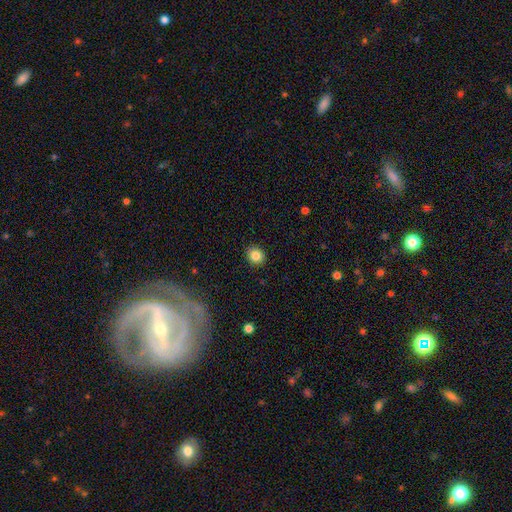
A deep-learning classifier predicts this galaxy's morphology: Q: Smooth or featured?
A: smooth (84%); runner-up: star or artifact (10%)
Q: How rounded?
A: round (79%); runner-up: in between (20%)
Q: Merging?
A: none (90%); runner-up: minor disturbance (7%)